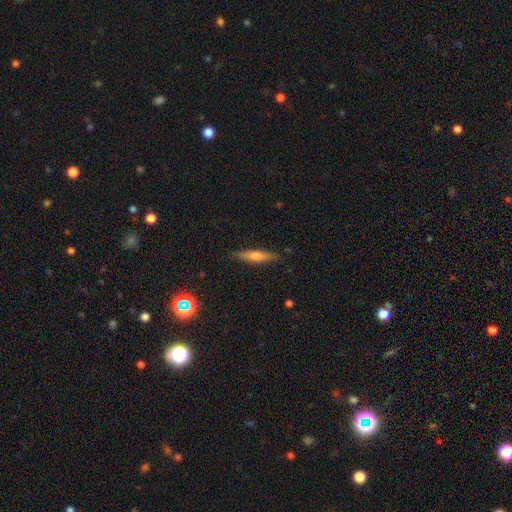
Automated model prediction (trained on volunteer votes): This appears to be a featured or disk galaxy (51%) viewed edge-on (94%). Merging: none (89%).